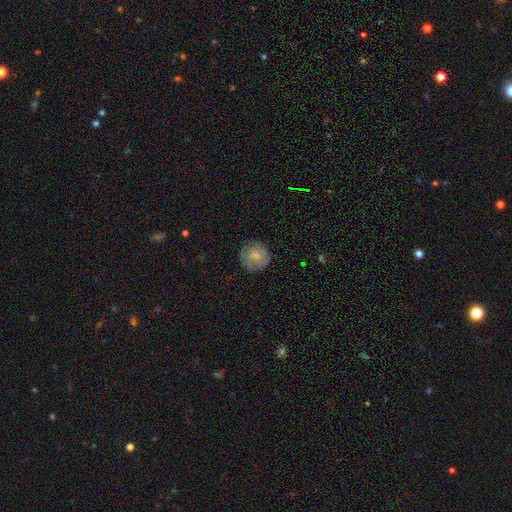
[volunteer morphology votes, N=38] smooth-or-featured: smooth: 68% | featured or disk: 26% | star or artifact: 5%
  how-rounded: round: 92% | in between: 8% | cigar-shaped: 0%
  merging: none: 81% | minor disturbance: 14% | major disturbance: 6% | merger: 0%